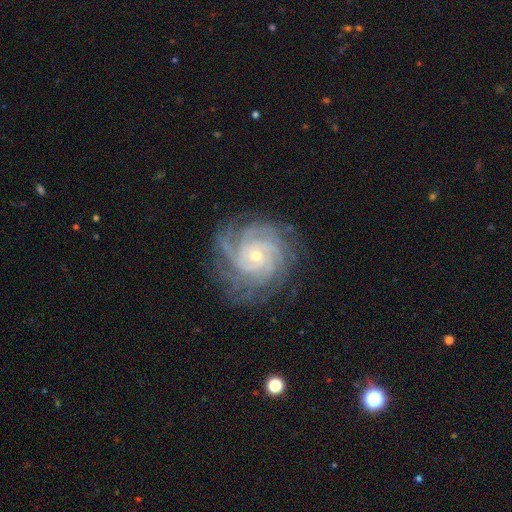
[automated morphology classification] smooth-or-featured: featured or disk: 91% | star or artifact: 6% | smooth: 4%
  disk-edge-on: no: 98% | yes: 2%
    bar: no: 72% | weak: 22% | strong: 7%
    has-spiral-arms: yes: 98% | no: 2%
      spiral-winding: tight: 78% | medium: 19% | loose: 3%
      spiral-arm-count: more than 4: 28% (tied) | 4: 28% (tied) | can't tell: 16% | 3: 13% | 2: 8% | 1: 7%
    bulge-size: small: 66% | moderate: 31% | large: 1% | none: 1% | dominant: 1%
  merging: none: 80% | minor disturbance: 14% | major disturbance: 5% | merger: 1%